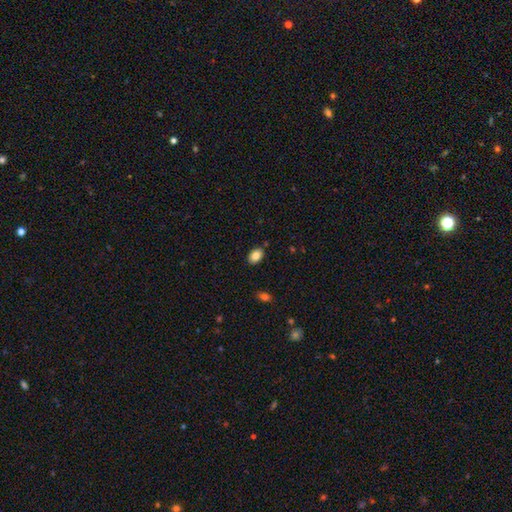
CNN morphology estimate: smooth-or-featured: smooth: 84% | star or artifact: 8% | featured or disk: 8%
  how-rounded: in between: 83% | round: 16% | cigar-shaped: 1%
  merging: none: 86% | minor disturbance: 10% | major disturbance: 2% | merger: 2%